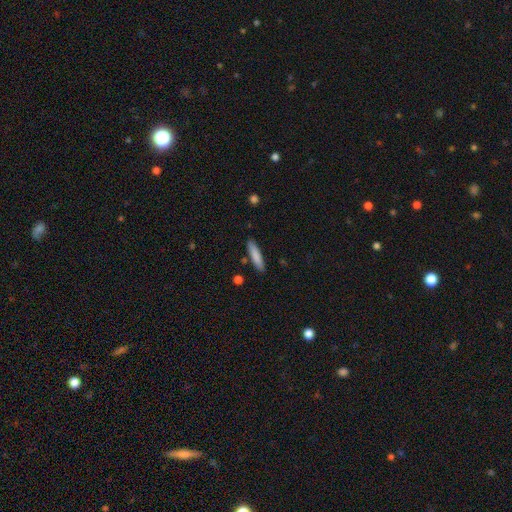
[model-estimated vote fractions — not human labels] The model was most divided on "how rounded": cigar-shaped: 84%, in between: 15%, round: 1%. More confident: merging — none (86%); smooth or featured — smooth (83%).